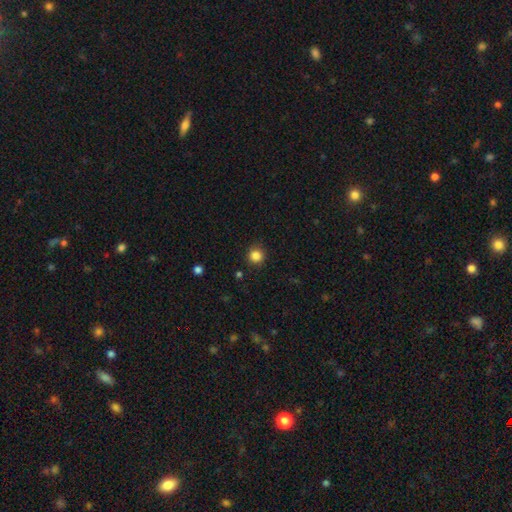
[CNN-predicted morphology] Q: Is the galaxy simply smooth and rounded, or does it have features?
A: smooth — 85%.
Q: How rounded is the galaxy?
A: round — 94%.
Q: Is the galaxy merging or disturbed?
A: none — 89%.